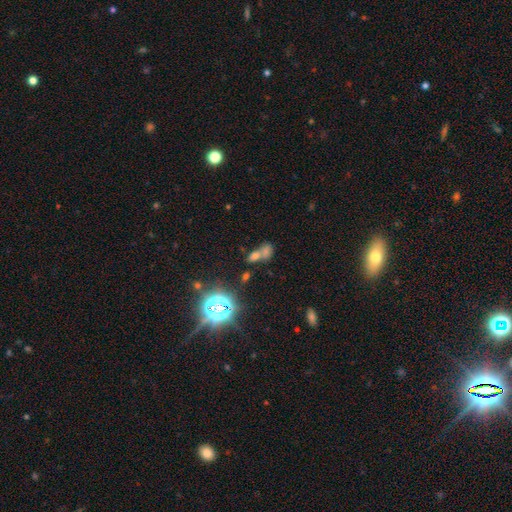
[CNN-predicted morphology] This appears to be a smooth galaxy with no disk features (54%) that is in between round and cigar-shaped (68%). Merging: merger (60%).